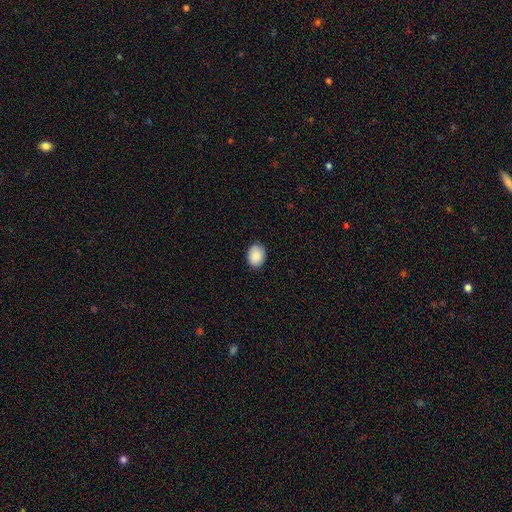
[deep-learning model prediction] Q: Smooth or featured?
A: smooth (89%); runner-up: star or artifact (7%)
Q: How rounded?
A: in between (68%); runner-up: round (31%)
Q: Merging?
A: none (88%); runner-up: minor disturbance (10%)